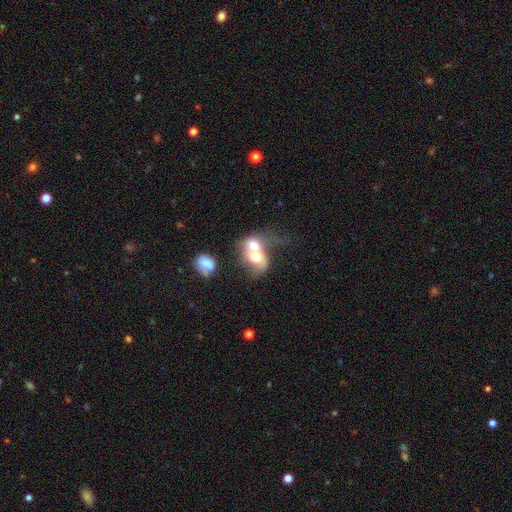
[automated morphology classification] A smooth galaxy with no disk features (56%) that is in between round and cigar-shaped (50%). Merging: merger (79%).